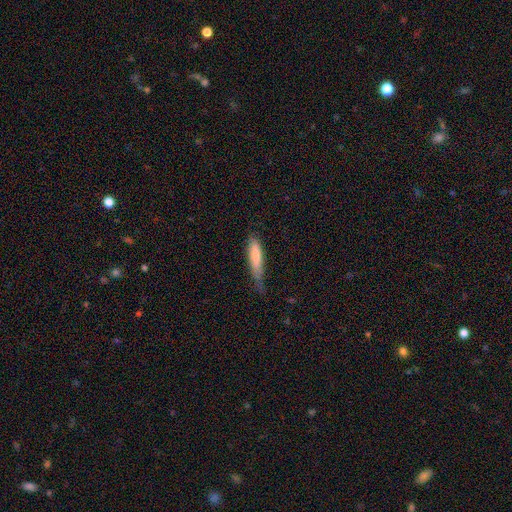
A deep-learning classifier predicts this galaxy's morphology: The model was most divided on "merging": none: 48%, minor disturbance: 37%, major disturbance: 12%, merger: 2%. More confident: smooth or featured — smooth (75%); how rounded — cigar-shaped (75%).